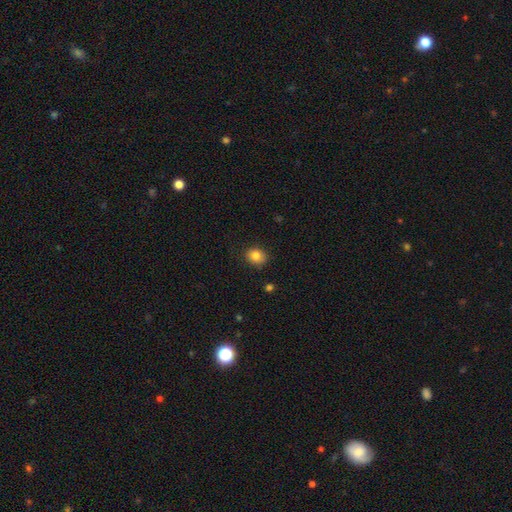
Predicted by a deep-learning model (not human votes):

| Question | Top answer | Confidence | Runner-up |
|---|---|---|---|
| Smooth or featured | smooth | 83% | star or artifact (10%) |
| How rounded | round | 63% | in between (36%) |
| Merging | none | 85% | minor disturbance (11%) |